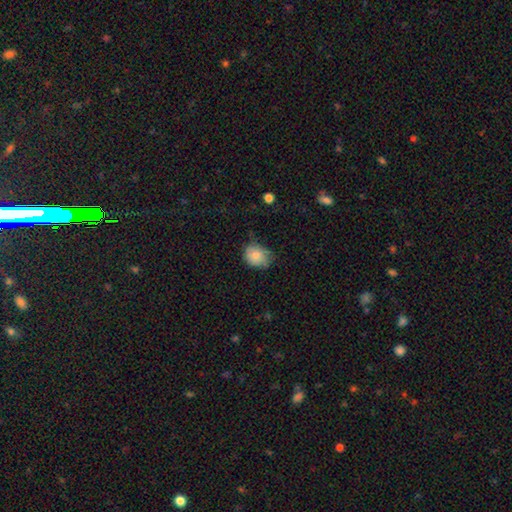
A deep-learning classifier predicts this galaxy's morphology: Overall: smooth (79%). How rounded: round (58%; in between 41%). Merging: none (55%; minor disturbance 34%).